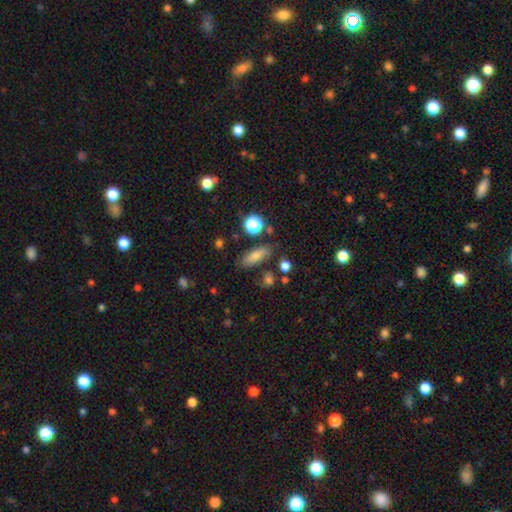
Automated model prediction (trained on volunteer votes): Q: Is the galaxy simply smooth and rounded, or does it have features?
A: smooth — 72%.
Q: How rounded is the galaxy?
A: in between — 69%.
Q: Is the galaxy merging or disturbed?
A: none — 72%.